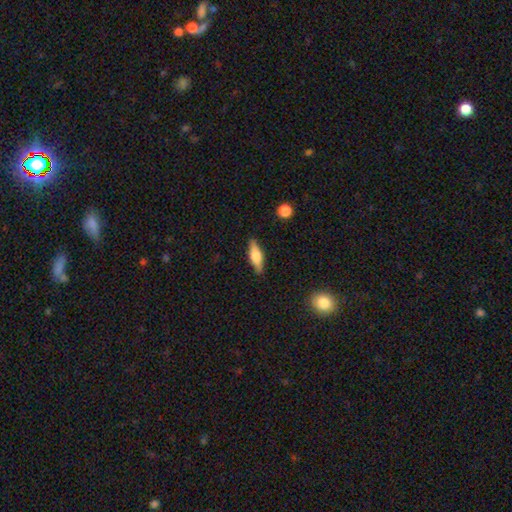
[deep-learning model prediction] This appears to be a smooth galaxy with no disk features (54%) that is in between round and cigar-shaped (52%). Merging: none (86%).